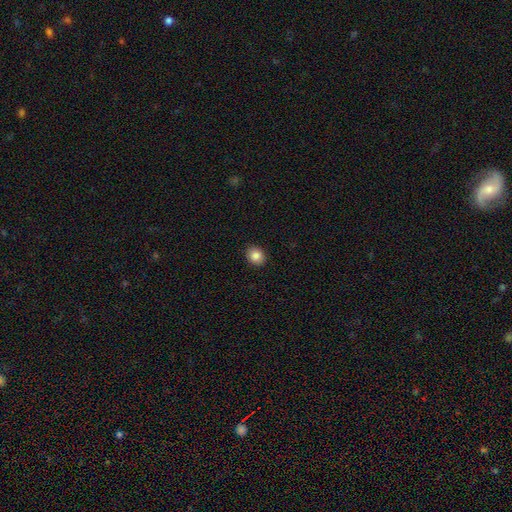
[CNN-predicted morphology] Smooth or featured: smooth — 86% (star or artifact — 9%)
How rounded: round — 60% (in between — 39%)
Merging: none — 90% (minor disturbance — 7%)